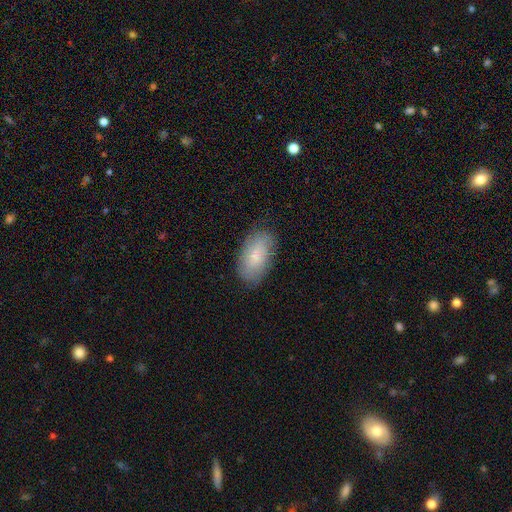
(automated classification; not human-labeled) A smooth galaxy with no disk features (69%) that is in between round and cigar-shaped (94%).

Vote fractions:
- Smooth or featured? smooth: 69% / featured or disk: 24% / star or artifact: 7%
- How rounded? in between: 94% / round: 4% / cigar-shaped: 3%
- Merging? none: 80% / minor disturbance: 15% / major disturbance: 4% / merger: 1%